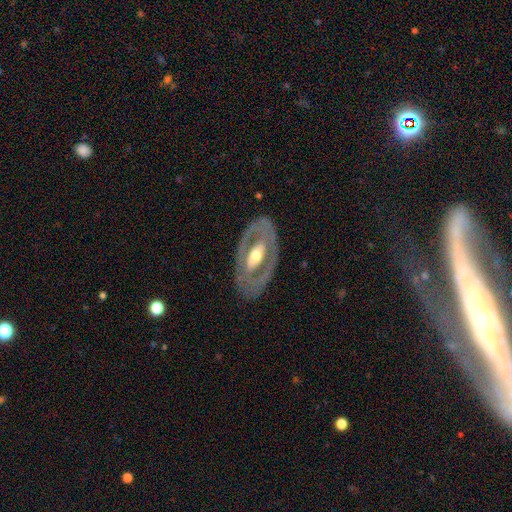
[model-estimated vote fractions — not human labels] This is likely a featured or disk galaxy (72%). It is clearly not viewed edge-on (89%). Bar: possibly no (46%). Spiral arm pattern: likely no (71%). Central bulge: likely moderate (66%). Merging: clearly none (81%).